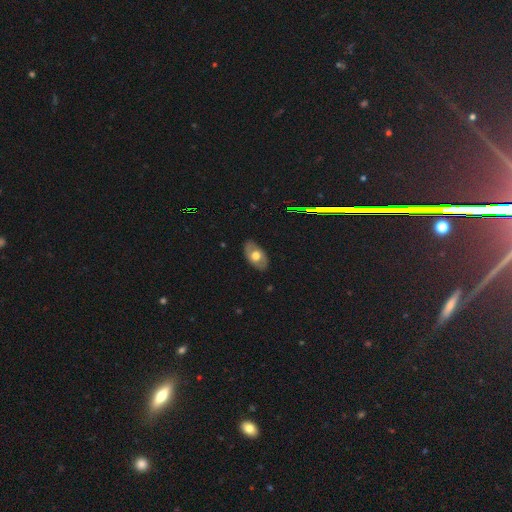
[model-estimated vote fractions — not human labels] Smooth or featured? Predicted: smooth (p=0.50). Merging? Predicted: none (p=0.82).